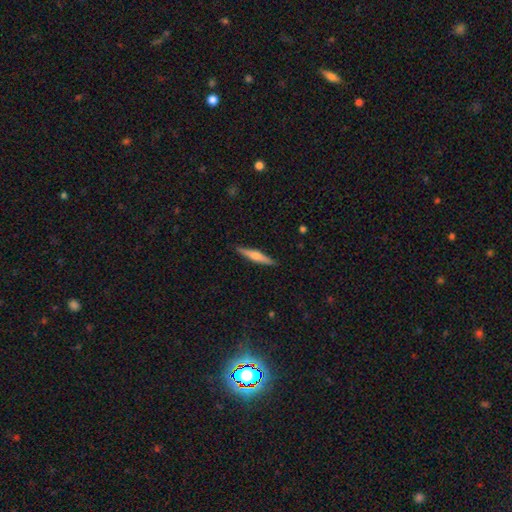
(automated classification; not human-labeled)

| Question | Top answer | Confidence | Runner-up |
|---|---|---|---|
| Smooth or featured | featured or disk | 56% | smooth (38%) |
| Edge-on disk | yes | 97% | no (3%) |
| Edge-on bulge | rounded | 85% | none (8%) |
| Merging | none | 91% | minor disturbance (7%) |